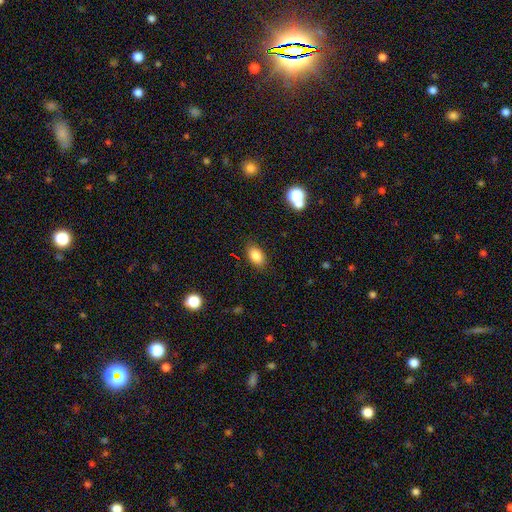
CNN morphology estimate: Smooth or featured? smooth (84%)
How rounded? in between (86%)
Merging? none (85%)